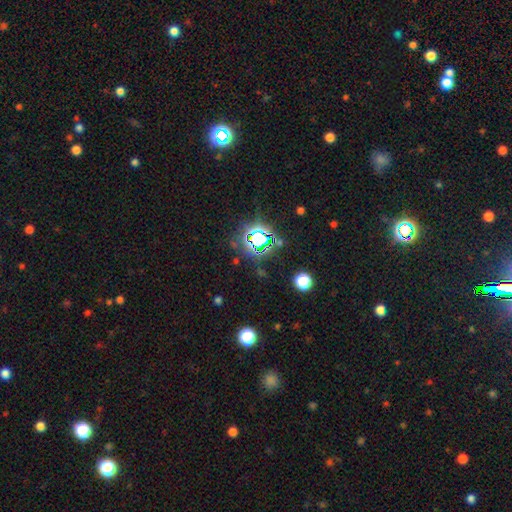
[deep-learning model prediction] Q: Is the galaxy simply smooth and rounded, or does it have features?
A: star or artifact — 78%.